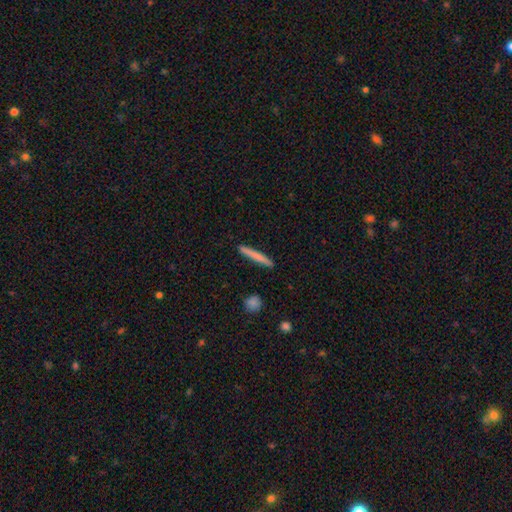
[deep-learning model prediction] smooth-or-featured: smooth: 71% | featured or disk: 23% | star or artifact: 6%
  how-rounded: cigar-shaped: 96% | in between: 2% | round: 1%
  merging: none: 92% | minor disturbance: 6% | major disturbance: 1% | merger: 1%